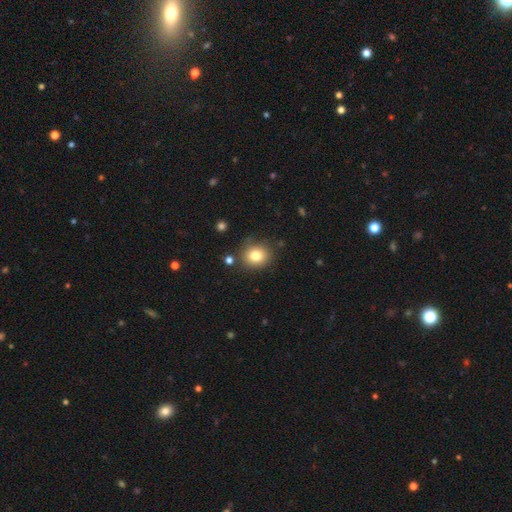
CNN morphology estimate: Q: Smooth or featured?
A: smooth (80%); runner-up: star or artifact (12%)
Q: How rounded?
A: round (81%); runner-up: in between (18%)
Q: Merging?
A: none (83%); runner-up: minor disturbance (10%)